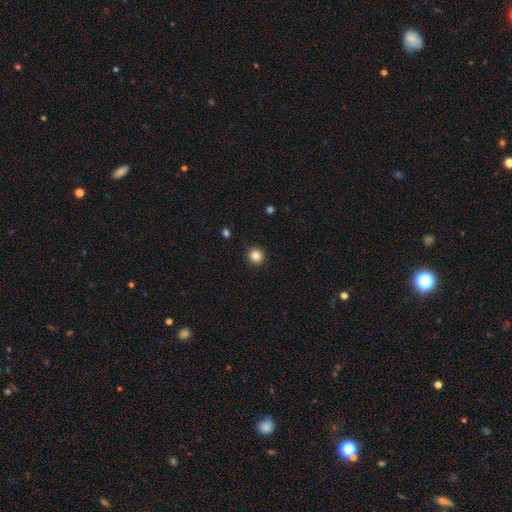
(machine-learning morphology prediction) This is clearly a smooth galaxy (85%). How rounded: clearly round (94%). Merging: clearly none (93%).